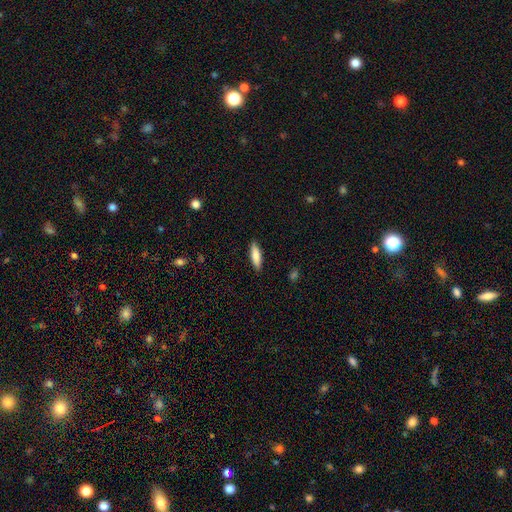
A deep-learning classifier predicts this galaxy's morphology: This is likely a smooth galaxy (78%). How rounded: possibly cigar-shaped (57%). Merging: clearly none (89%).